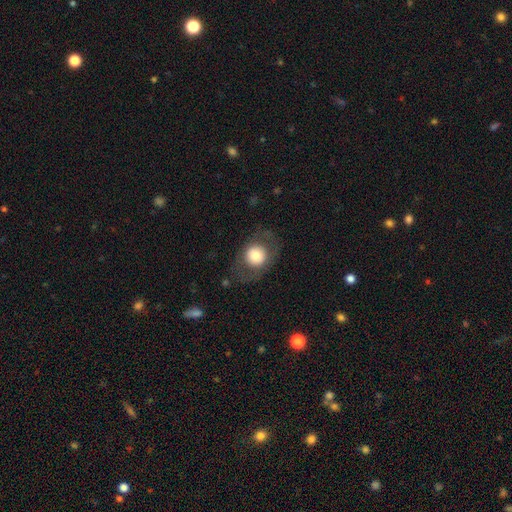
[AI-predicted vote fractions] A smooth galaxy with no disk features (68%) that is round (65%). Merging: none (75%).